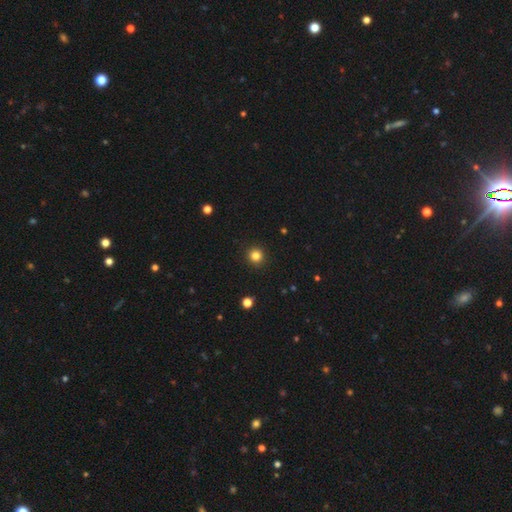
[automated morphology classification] This appears to be a smooth galaxy with no disk features (83%) that is round (95%). Merging: none (93%).